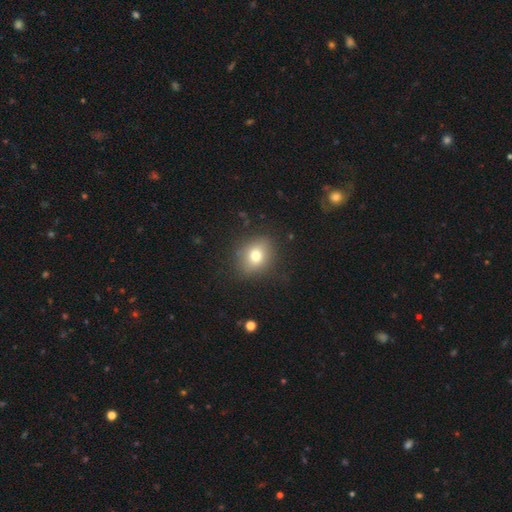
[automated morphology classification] type=smooth (74%); roundness=round (54%); merging=none (82%).